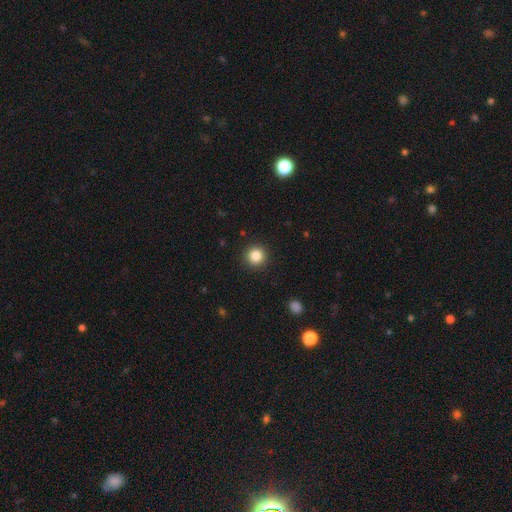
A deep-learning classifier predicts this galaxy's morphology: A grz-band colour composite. It shows a smooth galaxy with no disk features (84%) that is round (95%). Merging: none (92%).